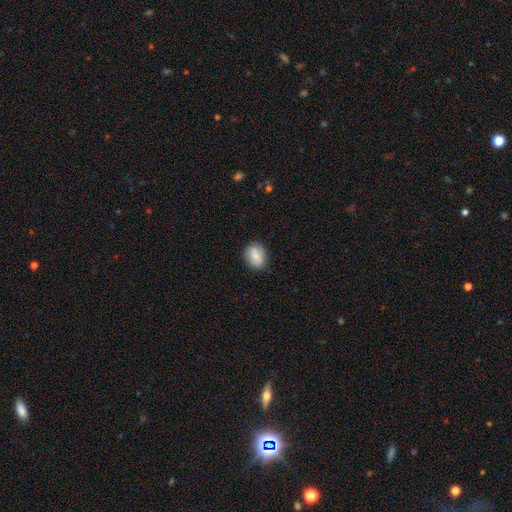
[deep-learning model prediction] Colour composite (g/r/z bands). It shows a smooth galaxy with no disk features (81%) that is in between round and cigar-shaped (58%). Merging: none (81%).